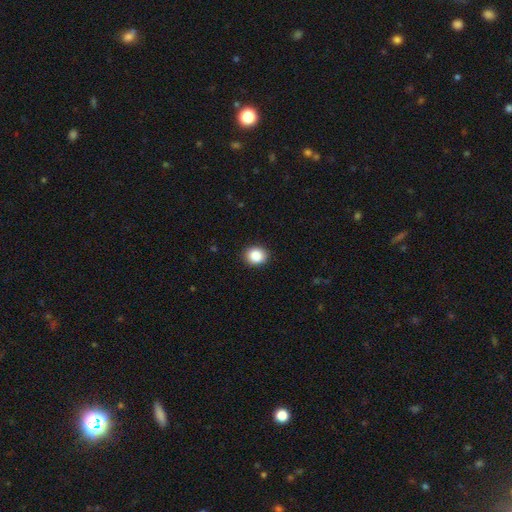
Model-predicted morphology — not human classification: type=smooth (87%); roundness=round (69%); merging=none (90%).